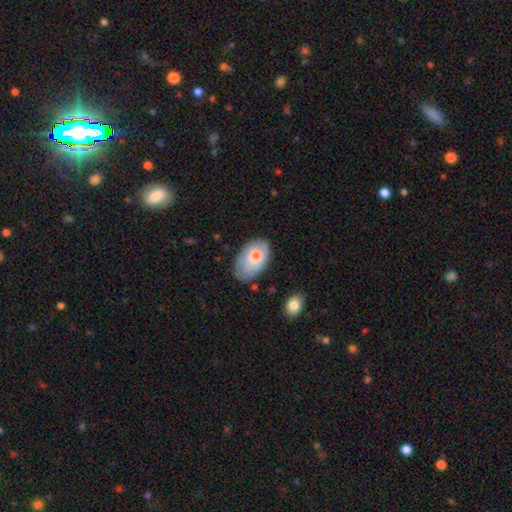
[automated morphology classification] A smooth galaxy with no disk features (64%) that is in between round and cigar-shaped (89%). Merging: none (59%).